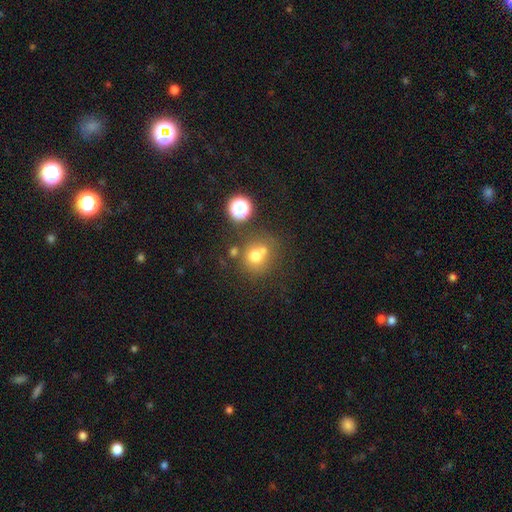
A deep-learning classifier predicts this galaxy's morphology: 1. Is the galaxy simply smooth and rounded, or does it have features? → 67% smooth, 18% star or artifact, 15% featured or disk.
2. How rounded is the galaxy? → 85% round, 14% in between, 1% cigar-shaped.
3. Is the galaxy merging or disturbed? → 51% none, 33% merger, 11% minor disturbance, 5% major disturbance.